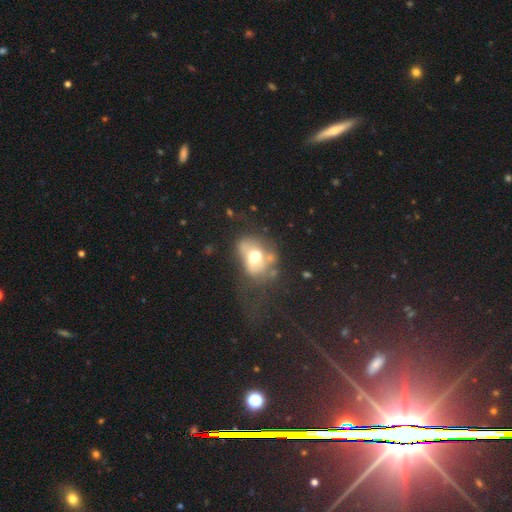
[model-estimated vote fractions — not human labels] The model was most divided on "smooth or featured": smooth: 49%, featured or disk: 40%, star or artifact: 11%. Remaining: merging — major disturbance (35%).